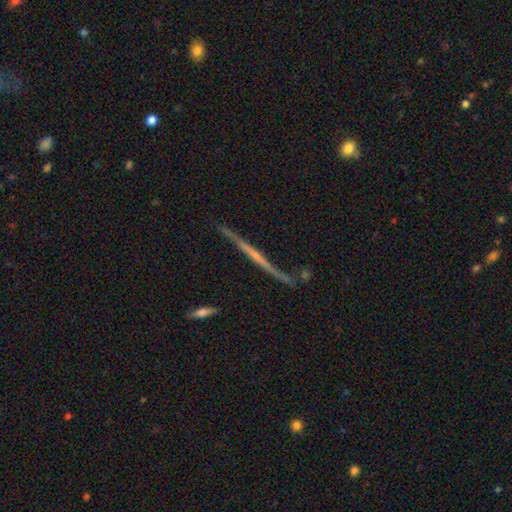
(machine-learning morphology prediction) The model was most divided on "edge-on bulge": none: 69%, rounded: 21%, boxy: 10%. More confident: edge-on disk — yes (94%); smooth or featured — featured or disk (72%); merging — none (71%).